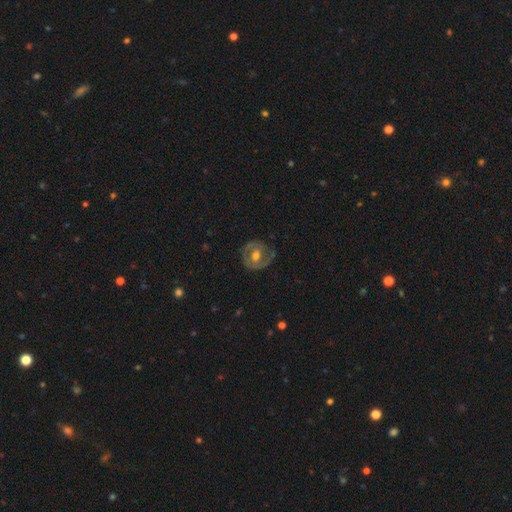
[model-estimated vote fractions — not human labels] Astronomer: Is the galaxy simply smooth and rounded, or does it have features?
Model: featured or disk — 63%.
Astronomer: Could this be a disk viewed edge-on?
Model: no — 96%.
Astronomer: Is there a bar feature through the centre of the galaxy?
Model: no — 51% (runner-up: weak, 36%).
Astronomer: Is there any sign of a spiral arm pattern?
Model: no — 55% (runner-up: yes, 45%).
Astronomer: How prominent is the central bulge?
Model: moderate — 73%.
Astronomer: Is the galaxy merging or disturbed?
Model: none — 73%.